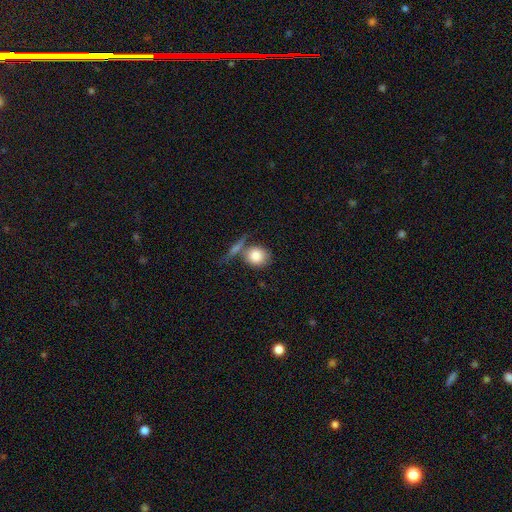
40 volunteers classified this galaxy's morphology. This appears to be a smooth galaxy with no disk features (88%) that is round (60%). Merging: none (49%).